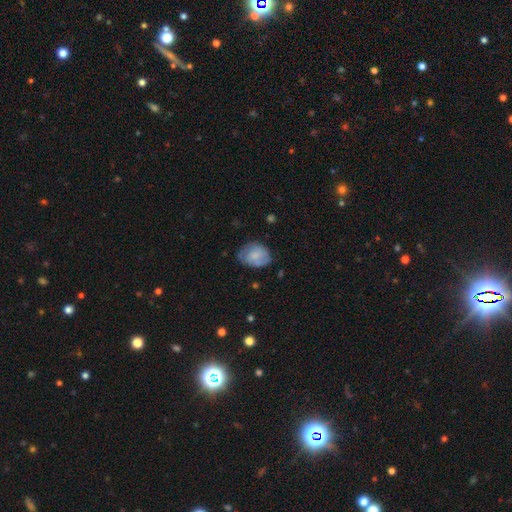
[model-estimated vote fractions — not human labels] Smooth or featured? Predicted: smooth (p=0.63). How rounded? Predicted: in between (p=0.66). Merging? Predicted: none (p=0.60).